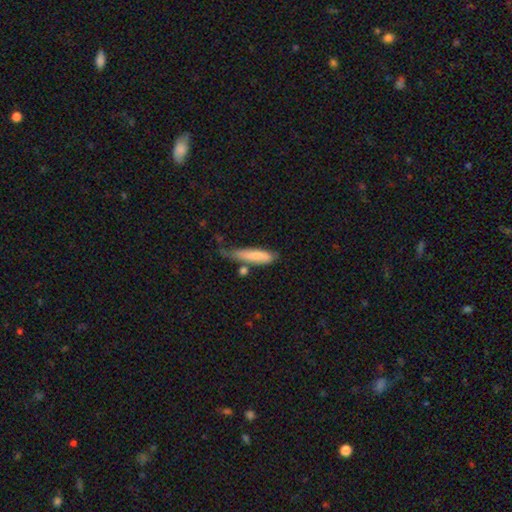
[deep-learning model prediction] smooth 76%, featured or disk 17%, star or artifact 6%. Down the decision tree: how rounded — cigar-shaped (77%); merging — none (44%).